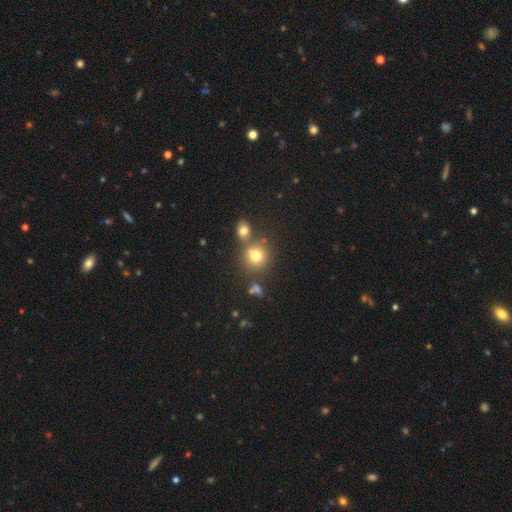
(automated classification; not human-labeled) Smooth or featured: smooth — 74% (star or artifact — 15%)
How rounded: round — 86% (in between — 13%)
Merging: none — 63% (merger — 24%)